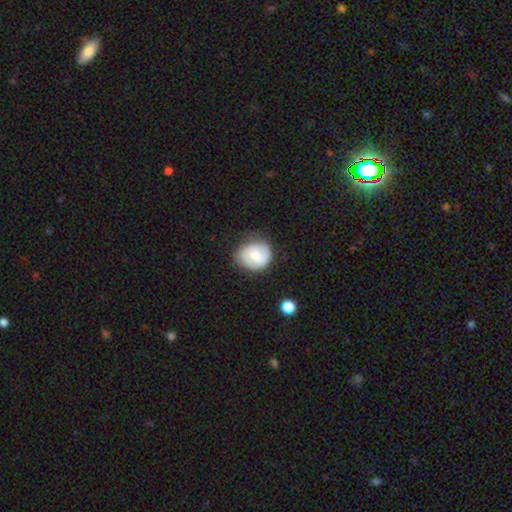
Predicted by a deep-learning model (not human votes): The model was most divided on "smooth or featured": smooth: 52%, featured or disk: 41%, star or artifact: 7%. More confident: how rounded — round (71%); merging — none (69%).